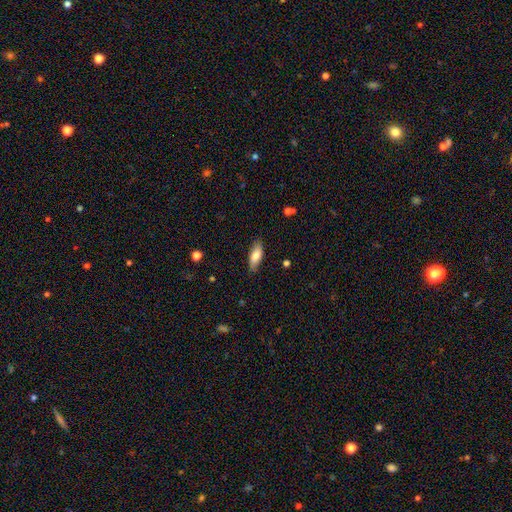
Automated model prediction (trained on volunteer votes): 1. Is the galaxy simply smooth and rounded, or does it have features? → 78% smooth, 15% featured or disk, 6% star or artifact.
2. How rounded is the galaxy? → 72% in between, 26% cigar-shaped, 2% round.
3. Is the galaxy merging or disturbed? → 83% none, 14% minor disturbance, 2% major disturbance, 1% merger.